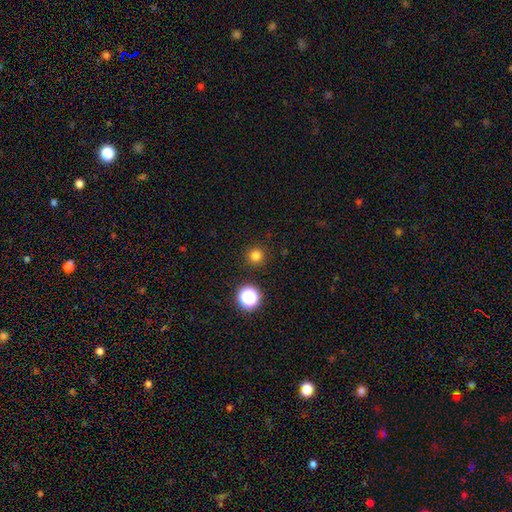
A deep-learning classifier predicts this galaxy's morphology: Smooth or featured? smooth (79%)
How rounded? round (96%)
Merging? none (91%)